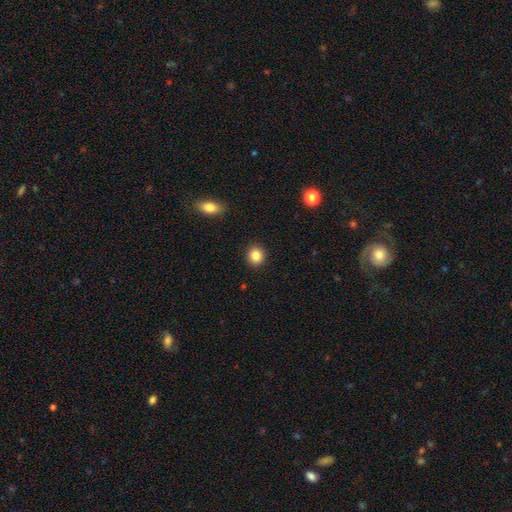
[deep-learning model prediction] Smooth or featured? Predicted: smooth (p=0.86). How rounded? Predicted: round (p=0.84). Merging? Predicted: none (p=0.92).